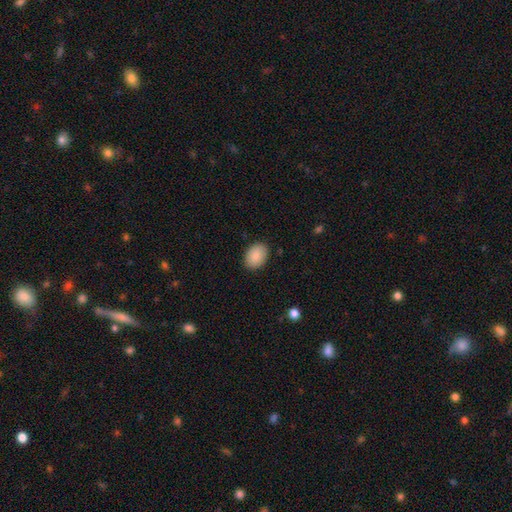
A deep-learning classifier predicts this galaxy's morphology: A smooth galaxy with no disk features (88%) that is in between round and cigar-shaped (81%).

Vote fractions:
- Smooth or featured? smooth: 88% / star or artifact: 7% / featured or disk: 6%
- How rounded? in between: 81% / round: 18% / cigar-shaped: 1%
- Merging? none: 88% / minor disturbance: 9% / major disturbance: 2% / merger: 1%